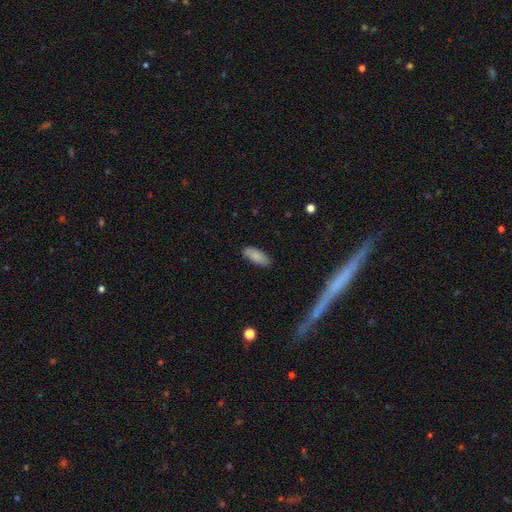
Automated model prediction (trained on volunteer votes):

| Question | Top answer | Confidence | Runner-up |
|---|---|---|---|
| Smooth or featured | smooth | 85% | featured or disk (8%) |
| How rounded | in between | 83% | cigar-shaped (16%) |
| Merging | none | 83% | minor disturbance (13%) |